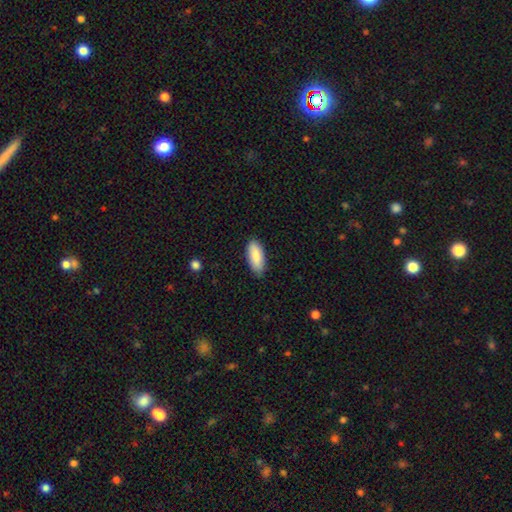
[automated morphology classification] A smooth galaxy with no disk features (87%) that is in between round and cigar-shaped (83%).

Vote fractions:
- Smooth or featured? smooth: 87% / featured or disk: 8% / star or artifact: 6%
- How rounded? in between: 83% / cigar-shaped: 15% / round: 2%
- Merging? none: 85% / minor disturbance: 12% / major disturbance: 2% / merger: 1%